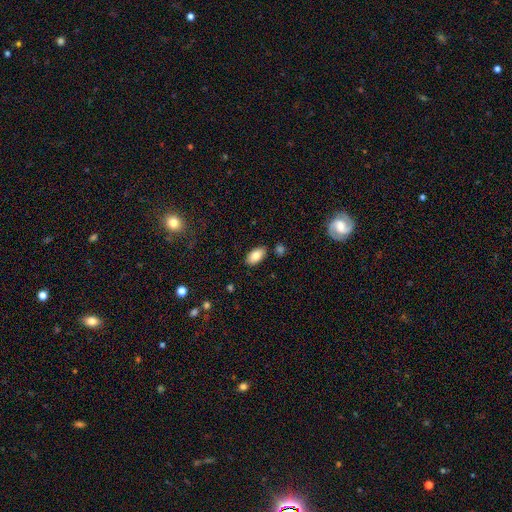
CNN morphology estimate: Smooth or featured?
  - smooth: 84% *
  - featured or disk: 9%
  - star or artifact: 7%
How rounded?
  - in between: 94% *
  - round: 3%
  - cigar-shaped: 2%
Merging?
  - none: 84% *
  - minor disturbance: 10%
  - merger: 4%
  - major disturbance: 2%